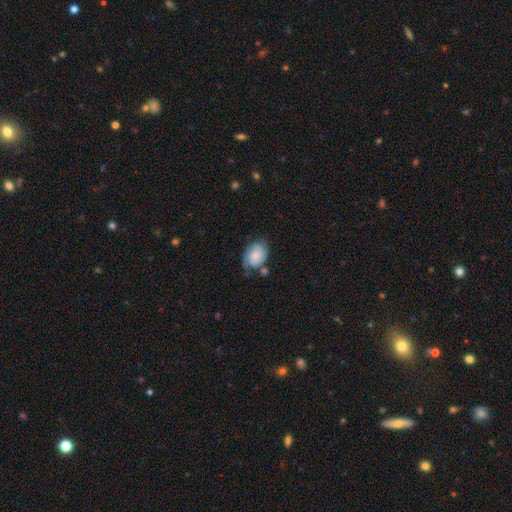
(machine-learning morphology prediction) Smooth or featured?
  - smooth: 49% *
  - featured or disk: 43%
  - star or artifact: 8%
Merging?
  - none: 48% *
  - minor disturbance: 30%
  - major disturbance: 13%
  - merger: 10%